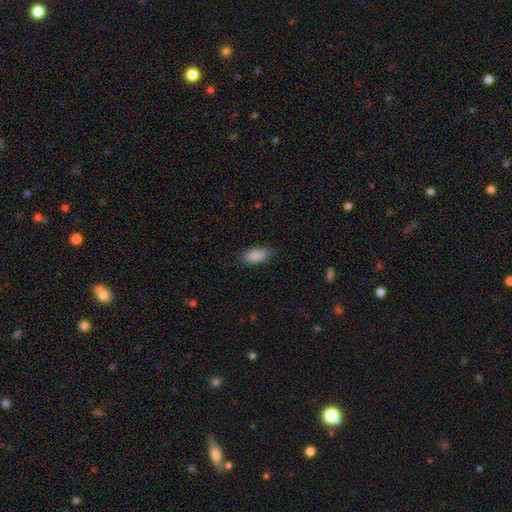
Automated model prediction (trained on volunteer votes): Smooth or featured: smooth — 88% (star or artifact — 7%)
How rounded: in between — 89% (cigar-shaped — 8%)
Merging: none — 80% (minor disturbance — 16%)